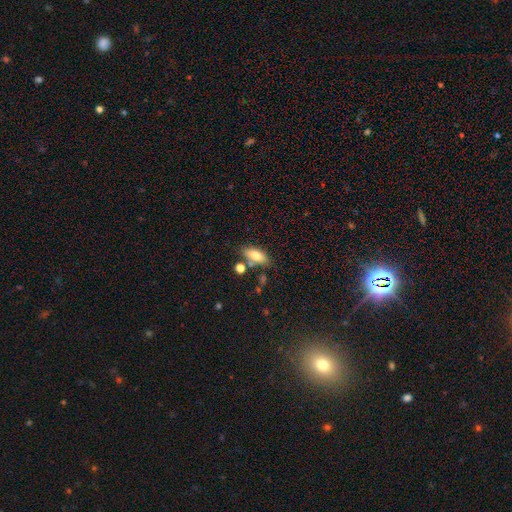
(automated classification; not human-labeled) Smooth or featured? Predicted: smooth (p=0.76). How rounded? Predicted: in between (p=0.84). Merging? Predicted: none (p=0.69).